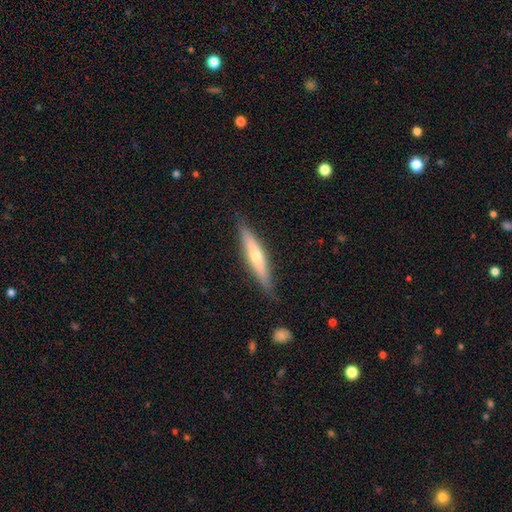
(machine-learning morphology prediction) smooth-or-featured: smooth: 47% (tied) | featured or disk: 47% (tied) | star or artifact: 6%
  merging: none: 84% | minor disturbance: 12% | major disturbance: 2% | merger: 1%